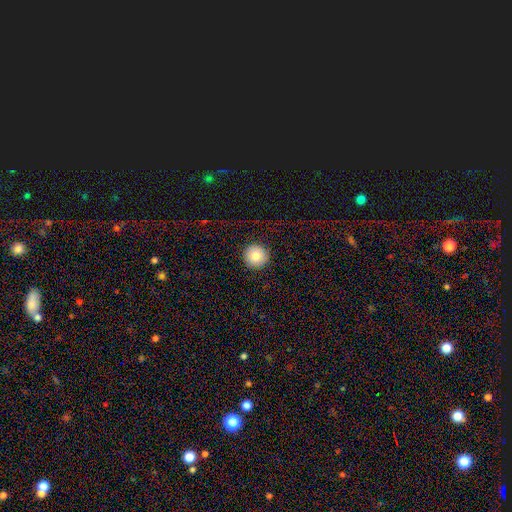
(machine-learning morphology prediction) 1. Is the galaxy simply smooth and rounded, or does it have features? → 82% smooth, 10% featured or disk, 9% star or artifact.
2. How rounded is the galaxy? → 96% round, 3% in between, 1% cigar-shaped.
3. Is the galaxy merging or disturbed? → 91% none, 6% minor disturbance, 2% major disturbance, 1% merger.